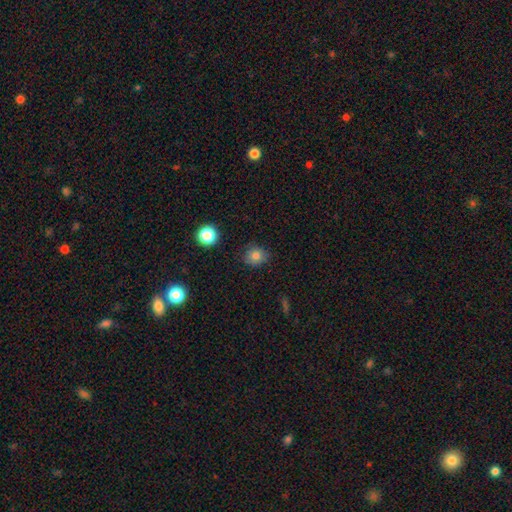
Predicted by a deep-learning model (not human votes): smooth-or-featured: smooth: 79% | star or artifact: 13% | featured or disk: 8%
  how-rounded: round: 80% | in between: 19% | cigar-shaped: 1%
  merging: none: 82% | minor disturbance: 14% | major disturbance: 3% | merger: 1%